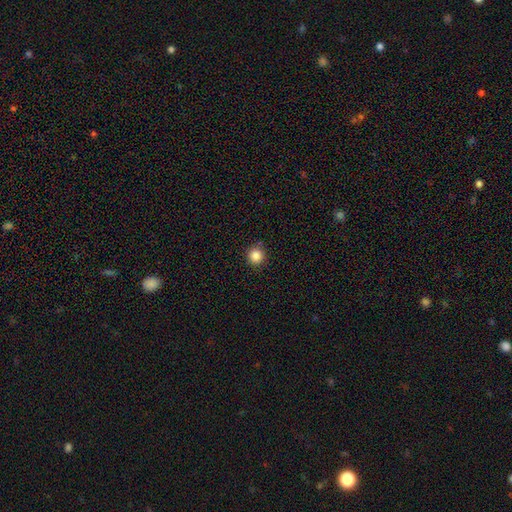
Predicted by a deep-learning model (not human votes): The model was most divided on "smooth or featured": smooth: 85%, star or artifact: 11%, featured or disk: 4%. More confident: how rounded — round (94%); merging — none (89%).